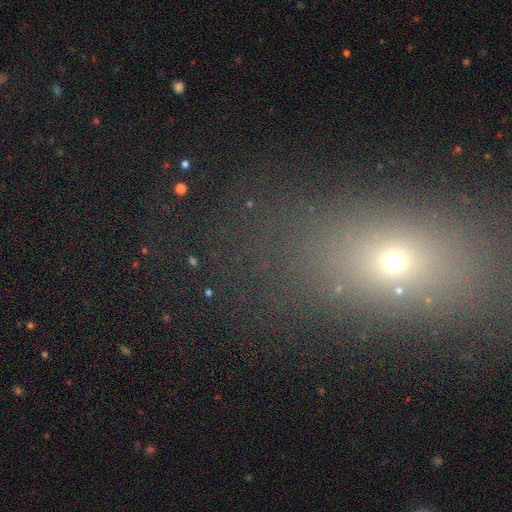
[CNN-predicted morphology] Overall: smooth (47%; star or artifact 39%). Merging: none (74%).